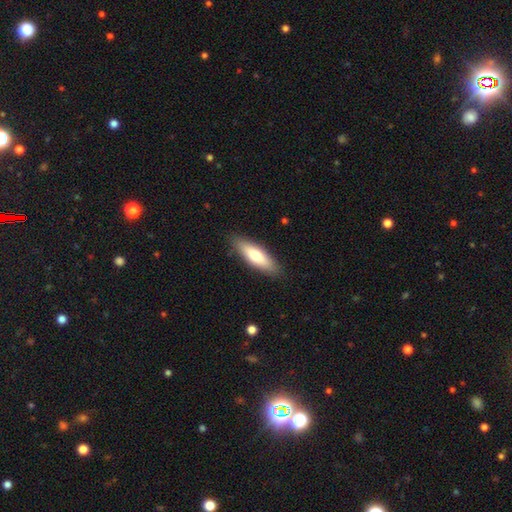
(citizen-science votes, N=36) smooth 69%, featured or disk 28%, star or artifact 3%. Down the decision tree: how rounded — in between (56%); merging — none (83%).